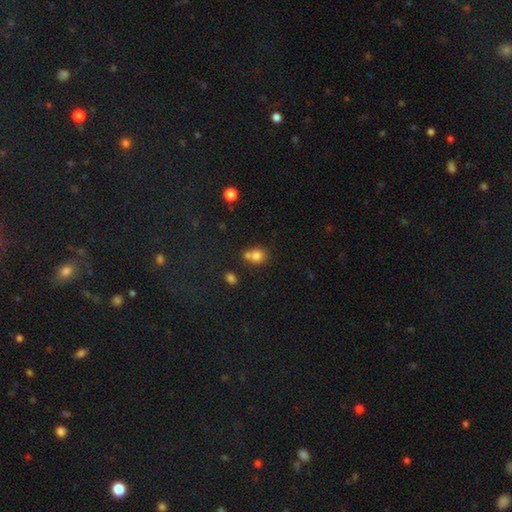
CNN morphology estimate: Overall: smooth (77%). How rounded: round (74%). Merging: none (46%; merger 41%).